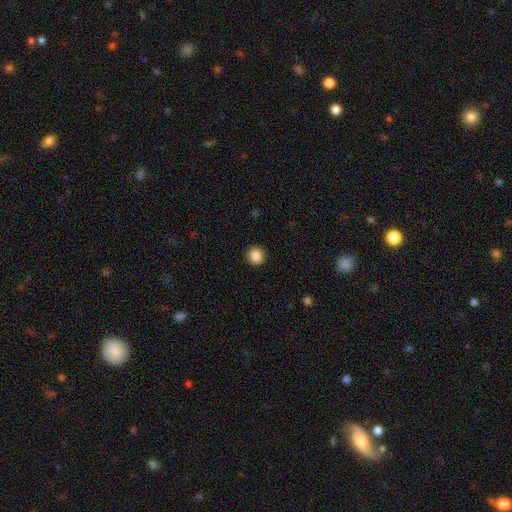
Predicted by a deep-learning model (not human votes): Overall: smooth (87%). How rounded: round (88%). Merging: none (90%).